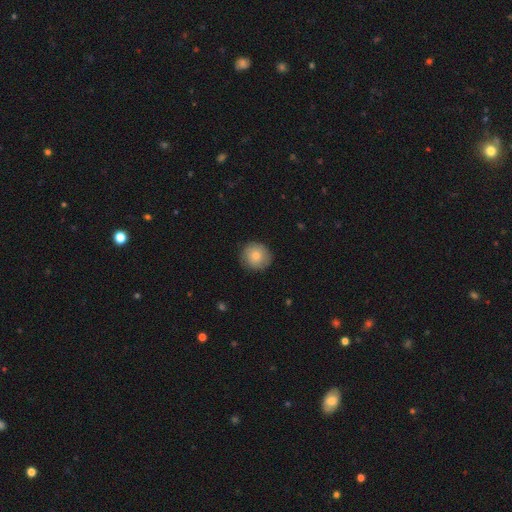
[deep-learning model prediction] Overall: smooth (79%). How rounded: round (92%). Merging: none (86%).